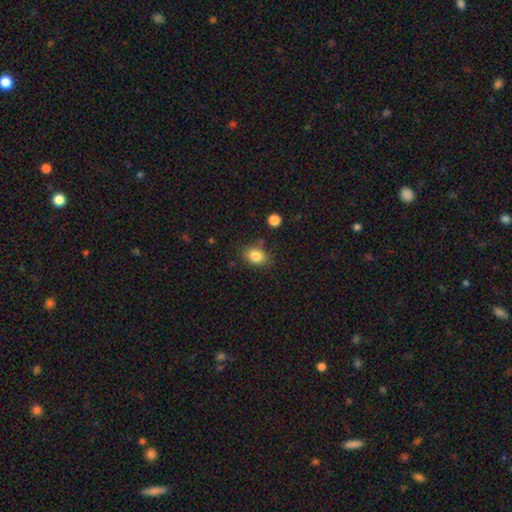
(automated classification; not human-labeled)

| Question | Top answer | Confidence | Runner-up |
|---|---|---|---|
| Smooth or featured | smooth | 84% | star or artifact (10%) |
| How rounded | in between | 68% | round (31%) |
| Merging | none | 76% | minor disturbance (16%) |